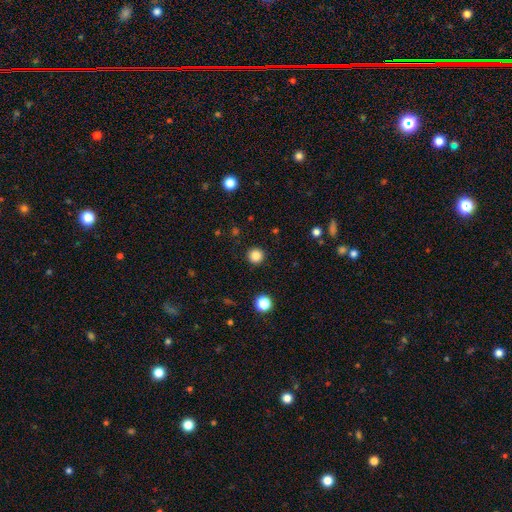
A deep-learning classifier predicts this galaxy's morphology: Q: Smooth or featured?
A: smooth (84%); runner-up: star or artifact (12%)
Q: How rounded?
A: round (96%); runner-up: in between (3%)
Q: Merging?
A: none (92%); runner-up: minor disturbance (5%)